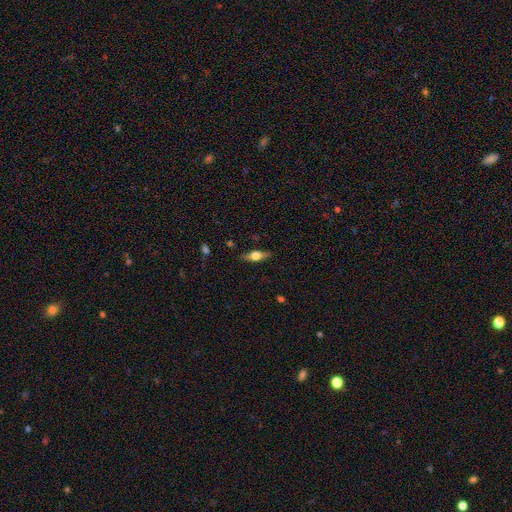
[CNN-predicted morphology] Q: Smooth or featured?
A: featured or disk (47%); runner-up: smooth (46%)
Q: Merging?
A: none (85%); runner-up: minor disturbance (12%)